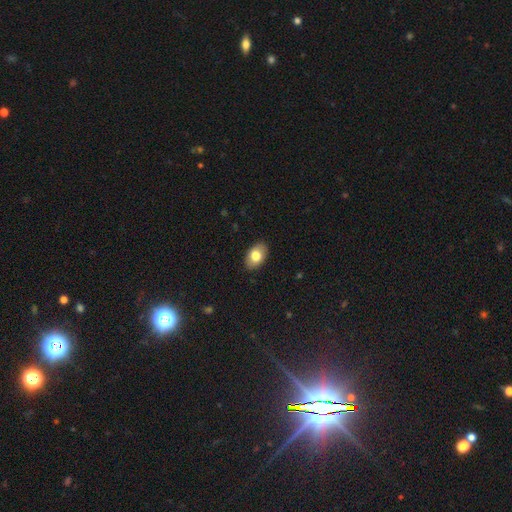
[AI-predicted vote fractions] Smooth or featured: smooth — 78% (featured or disk — 14%)
How rounded: in between — 90% (round — 9%)
Merging: none — 88% (minor disturbance — 9%)